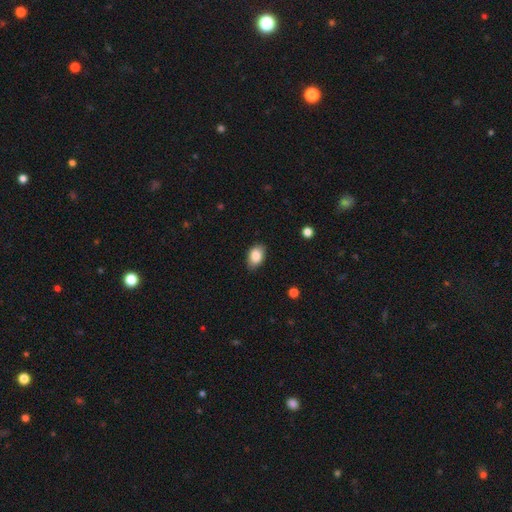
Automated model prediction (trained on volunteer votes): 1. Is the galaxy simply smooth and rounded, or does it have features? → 86% smooth, 7% star or artifact, 7% featured or disk.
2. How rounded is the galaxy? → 88% in between, 10% round, 1% cigar-shaped.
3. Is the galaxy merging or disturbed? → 82% none, 15% minor disturbance, 3% major disturbance, 1% merger.